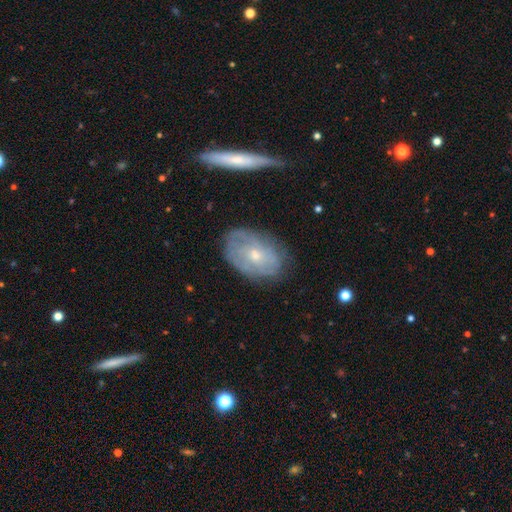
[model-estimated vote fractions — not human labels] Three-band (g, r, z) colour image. It shows a featured or disk galaxy (58%) with no bar (79%), spiral arms (64%) and a small central bulge (49%). Merging: none (69%).